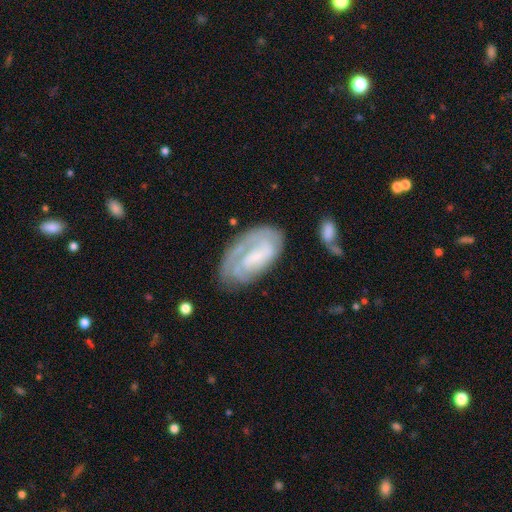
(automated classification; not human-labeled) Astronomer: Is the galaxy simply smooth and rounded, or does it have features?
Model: featured or disk — 64%.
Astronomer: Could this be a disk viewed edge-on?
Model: no — 94%.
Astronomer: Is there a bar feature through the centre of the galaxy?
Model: no — 46% (runner-up: weak, 37%).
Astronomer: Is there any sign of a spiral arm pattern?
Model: yes — 77%.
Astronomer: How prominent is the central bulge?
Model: small — 35% (runner-up: none, 33%).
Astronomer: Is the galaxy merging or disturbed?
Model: none — 57%.